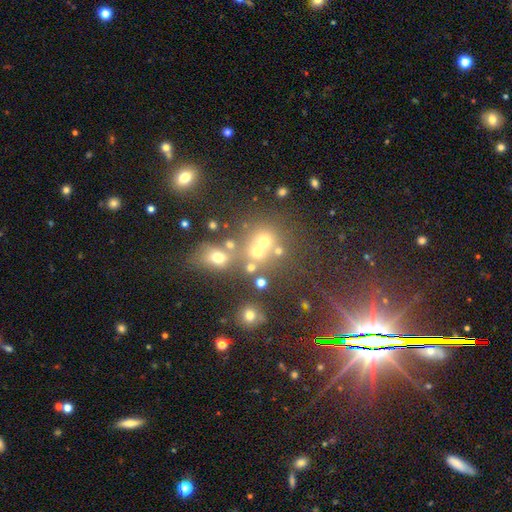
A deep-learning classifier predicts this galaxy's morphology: smooth_or_featured: star or artifact (p=0.42) [alt: smooth p=0.39]